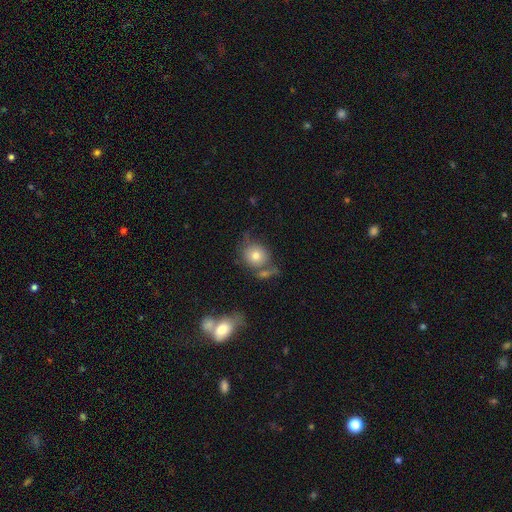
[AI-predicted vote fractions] Smooth or featured?
  - smooth: 73% *
  - featured or disk: 18%
  - star or artifact: 9%
How rounded?
  - round: 79% *
  - in between: 19%
  - cigar-shaped: 1%
Merging?
  - none: 51% *
  - merger: 22%
  - minor disturbance: 18%
  - major disturbance: 9%